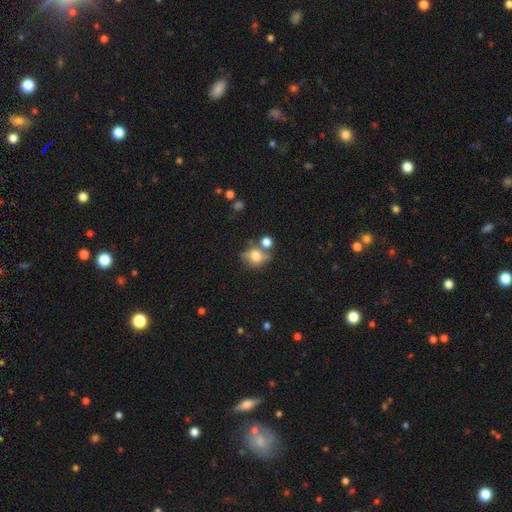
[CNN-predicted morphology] type=smooth (65%); roundness=round (62%); merging=none (55%).